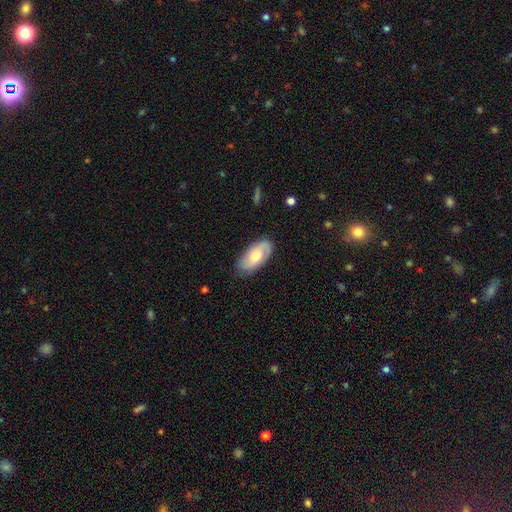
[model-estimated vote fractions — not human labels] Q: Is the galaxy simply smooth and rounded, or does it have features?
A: featured or disk — 49%.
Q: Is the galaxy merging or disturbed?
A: none — 79%.